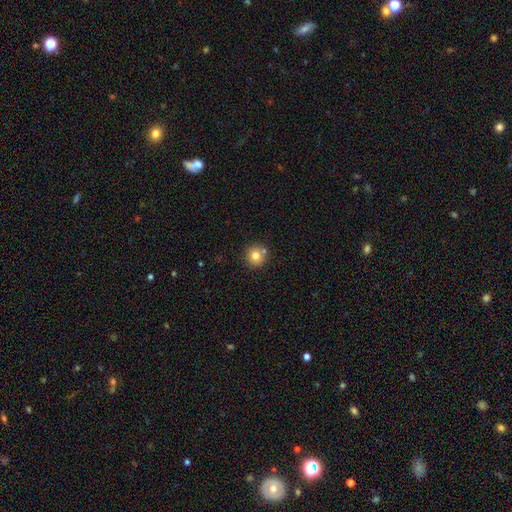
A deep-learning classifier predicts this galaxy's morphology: The model was most divided on "merging": none: 77%, merger: 13%, minor disturbance: 8%, major disturbance: 2%. More confident: how rounded — round (93%); smooth or featured — smooth (78%).